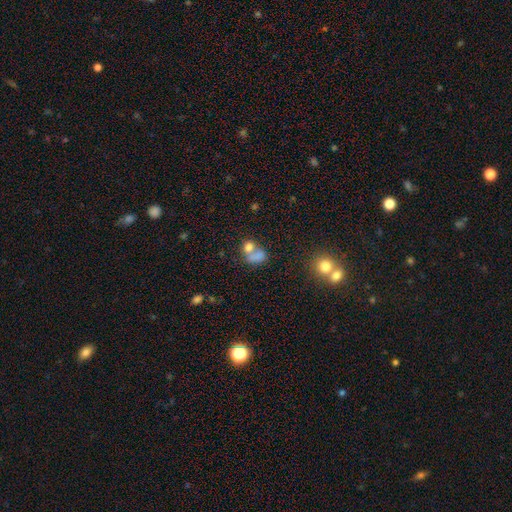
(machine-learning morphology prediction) smooth 71%, featured or disk 16%, star or artifact 13%. Down the decision tree: how rounded — in between (55%); merging — merger (57%).